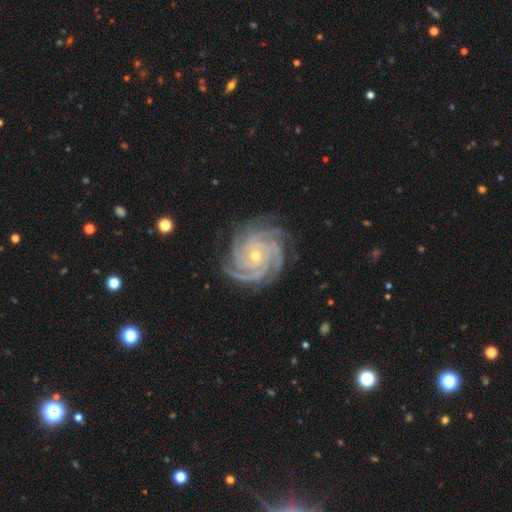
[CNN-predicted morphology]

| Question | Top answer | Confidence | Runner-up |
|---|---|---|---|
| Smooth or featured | featured or disk | 91% | star or artifact (5%) |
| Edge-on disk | no | 98% | yes (2%) |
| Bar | no | 74% | weak (18%) |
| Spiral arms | yes | 99% | no (1%) |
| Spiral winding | tight | 80% | medium (18%) |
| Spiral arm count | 4 | 36% | more than 4 (22%) |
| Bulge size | small | 67% | moderate (31%) |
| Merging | none | 81% | minor disturbance (14%) |